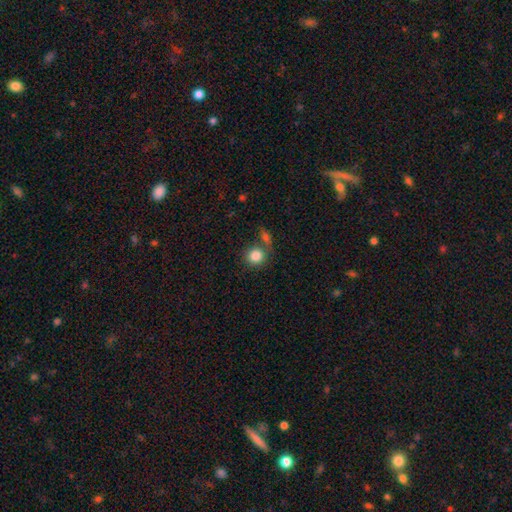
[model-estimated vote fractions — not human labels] smooth_or_featured: smooth (p=0.85) [alt: star or artifact p=0.09]
how_rounded: round (p=0.87) [alt: in between p=0.12]
merging: none (p=0.58) [alt: merger p=0.26]